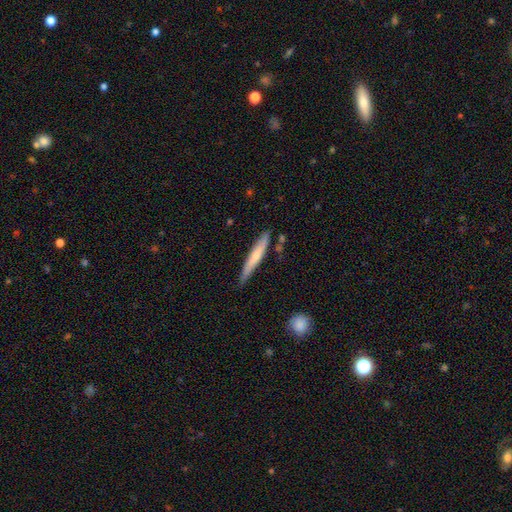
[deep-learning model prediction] Smooth or featured?
  - smooth: 61% *
  - featured or disk: 34%
  - star or artifact: 5%
How rounded?
  - cigar-shaped: 94% *
  - in between: 5%
  - round: 1%
Merging?
  - none: 80% *
  - minor disturbance: 15%
  - merger: 3%
  - major disturbance: 2%